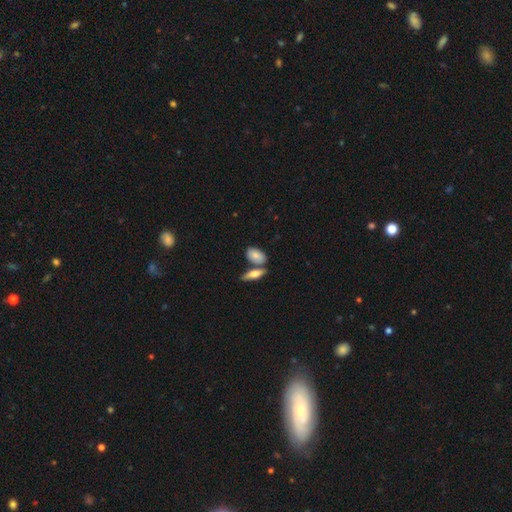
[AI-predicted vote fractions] Overall: smooth (78%). How rounded: in between (87%). Merging: none (57%; merger 27%).